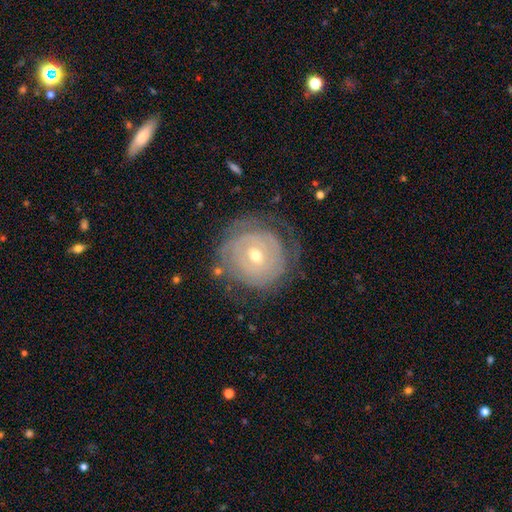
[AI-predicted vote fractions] Smooth or featured? featured or disk (75%)
Edge-on disk? no (97%)
Bar? no (59%)
Spiral arms? yes (79%)
Spiral winding? tight (79%)
Spiral arm count? can't tell (51%)
Bulge size? moderate (51%)
Merging? none (67%)